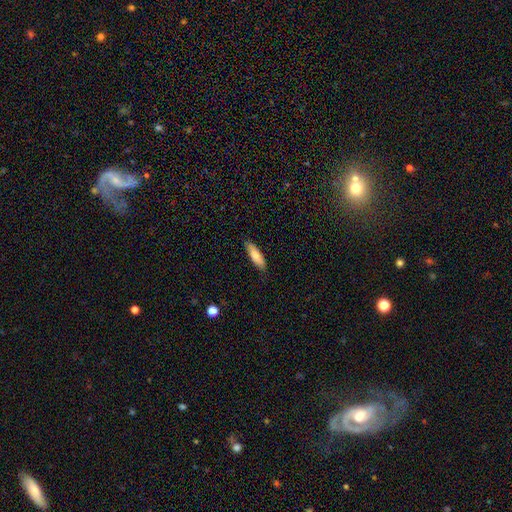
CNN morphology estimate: The model was most divided on "how rounded": cigar-shaped: 60%, in between: 39%, round: 2%. More confident: merging — none (84%); smooth or featured — smooth (79%).